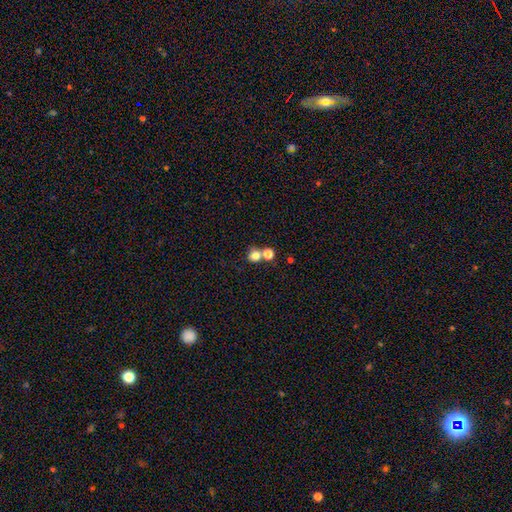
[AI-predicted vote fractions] Smooth or featured: smooth — 79% (star or artifact — 13%)
How rounded: round — 84% (in between — 15%)
Merging: none — 50% (merger — 39%)